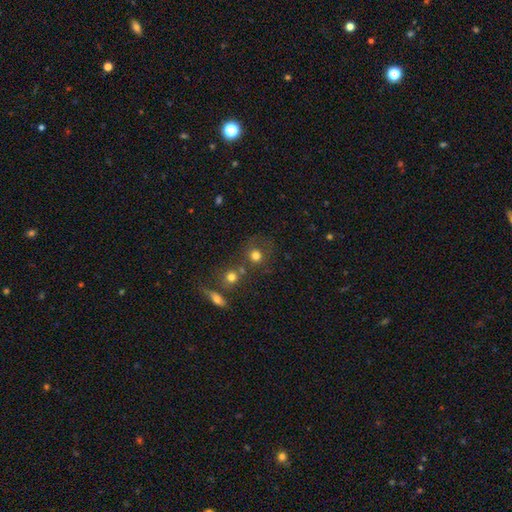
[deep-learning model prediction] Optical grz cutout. It shows a smooth galaxy with no disk features (73%) that is round (88%). Merging: none (61%).